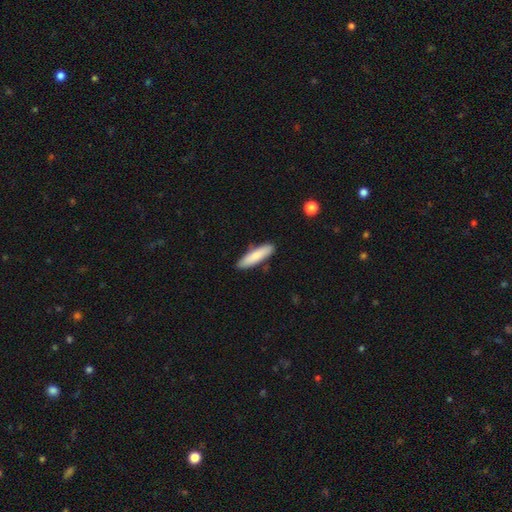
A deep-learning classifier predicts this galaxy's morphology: type=smooth (82%); roundness=cigar-shaped (67%); merging=none (85%).